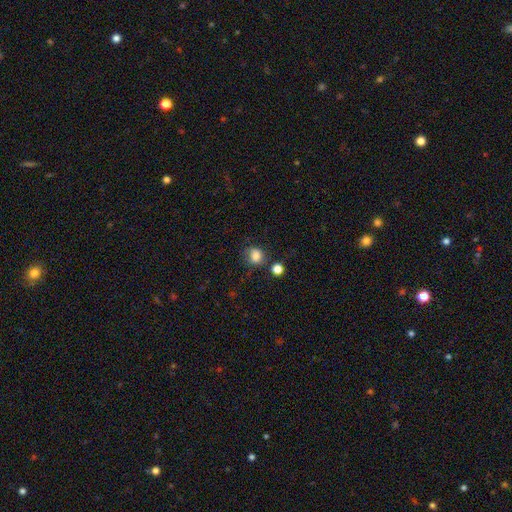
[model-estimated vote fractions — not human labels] Q: Smooth or featured?
A: smooth (82%); runner-up: star or artifact (11%)
Q: How rounded?
A: round (67%); runner-up: in between (32%)
Q: Merging?
A: none (62%); runner-up: minor disturbance (21%)